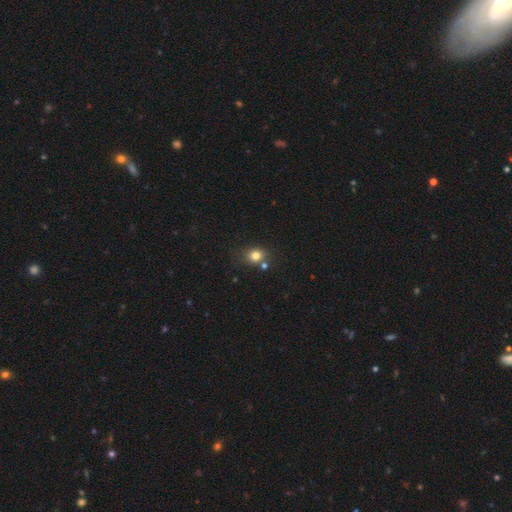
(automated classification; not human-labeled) Smooth or featured: smooth — 79% (star or artifact — 13%)
How rounded: round — 68% (in between — 31%)
Merging: none — 68% (merger — 15%)